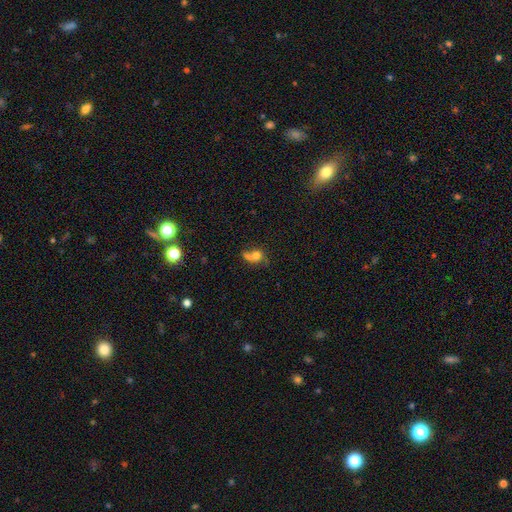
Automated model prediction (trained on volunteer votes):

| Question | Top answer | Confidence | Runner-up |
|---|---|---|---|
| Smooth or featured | smooth | 64% | featured or disk (22%) |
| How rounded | round | 64% | in between (34%) |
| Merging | merger | 43% | none (29%) |